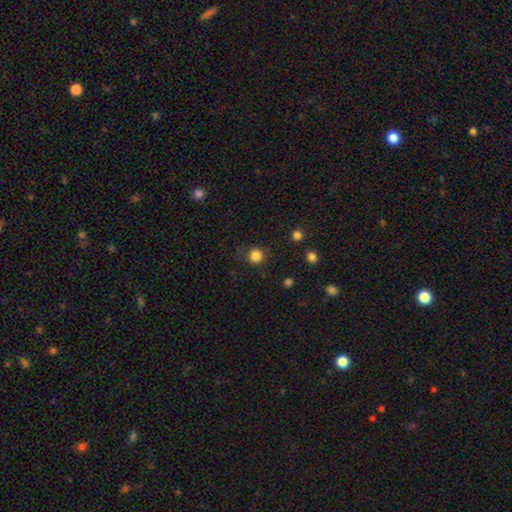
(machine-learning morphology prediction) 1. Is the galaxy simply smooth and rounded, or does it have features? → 84% smooth, 12% star or artifact, 4% featured or disk.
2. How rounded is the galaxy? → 94% round, 5% in between, 1% cigar-shaped.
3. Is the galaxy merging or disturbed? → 84% none, 10% minor disturbance, 4% major disturbance, 2% merger.